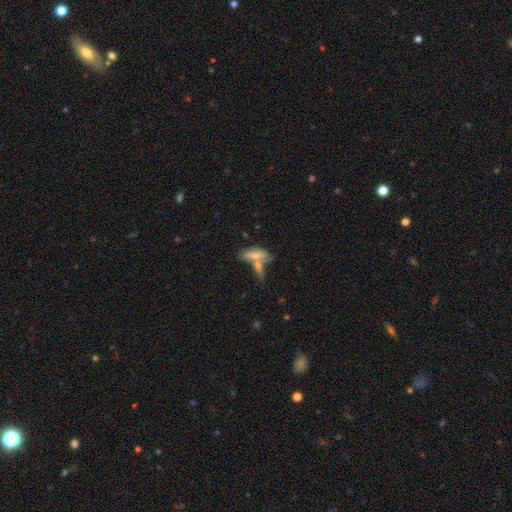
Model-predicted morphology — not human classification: smooth-or-featured: smooth: 53% | featured or disk: 37% | star or artifact: 10%
  how-rounded: in between: 67% | cigar-shaped: 29% | round: 4%
  merging: merger: 50% | none: 31% | minor disturbance: 12% | major disturbance: 7%